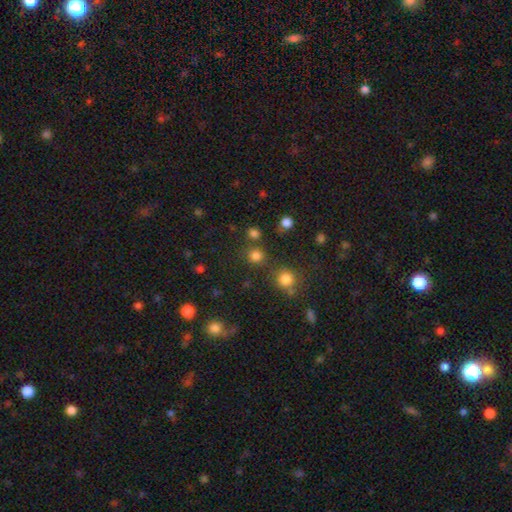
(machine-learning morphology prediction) smooth-or-featured: smooth: 78% | star or artifact: 18% | featured or disk: 5%
  how-rounded: round: 89% | in between: 10% | cigar-shaped: 1%
  merging: none: 77% | merger: 11% | minor disturbance: 9% | major disturbance: 4%